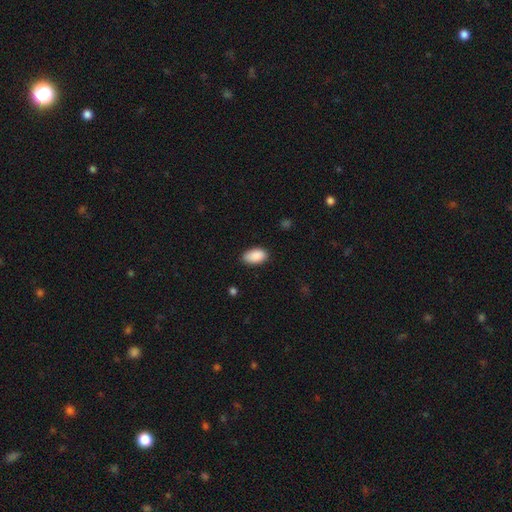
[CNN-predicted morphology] A smooth galaxy with no disk features (90%) that is in between round and cigar-shaped (95%). Merging: none (85%).